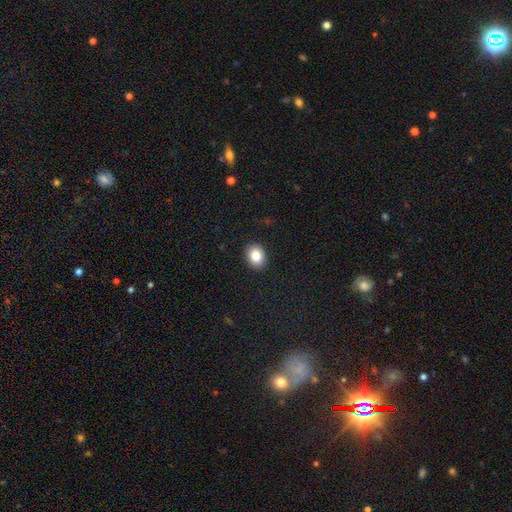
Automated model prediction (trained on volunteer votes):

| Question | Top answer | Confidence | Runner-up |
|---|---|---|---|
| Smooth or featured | smooth | 84% | star or artifact (9%) |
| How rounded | in between | 59% | round (41%) |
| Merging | none | 90% | minor disturbance (7%) |